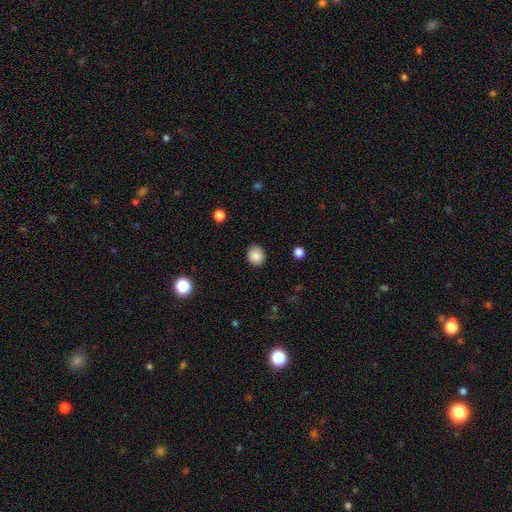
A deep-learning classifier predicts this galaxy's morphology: Smooth or featured?
  - smooth: 86% *
  - star or artifact: 9%
  - featured or disk: 5%
How rounded?
  - round: 74% *
  - in between: 25%
  - cigar-shaped: 1%
Merging?
  - none: 89% *
  - minor disturbance: 8%
  - major disturbance: 2%
  - merger: 1%